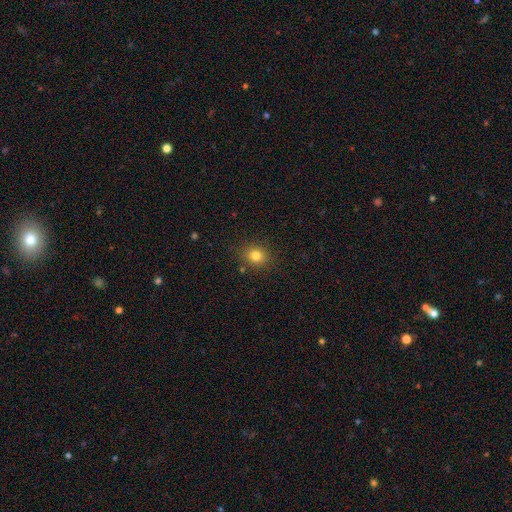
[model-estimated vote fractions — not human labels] smooth-or-featured: smooth: 80% | star or artifact: 13% | featured or disk: 7%
  how-rounded: round: 71% | in between: 28% | cigar-shaped: 1%
  merging: none: 87% | minor disturbance: 8% | major disturbance: 3% | merger: 2%